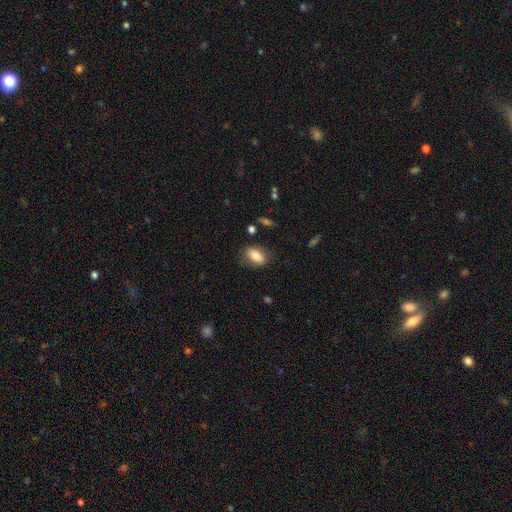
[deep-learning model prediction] Q: Smooth or featured?
A: smooth (82%); runner-up: featured or disk (11%)
Q: How rounded?
A: in between (87%); runner-up: round (11%)
Q: Merging?
A: none (78%); runner-up: minor disturbance (15%)